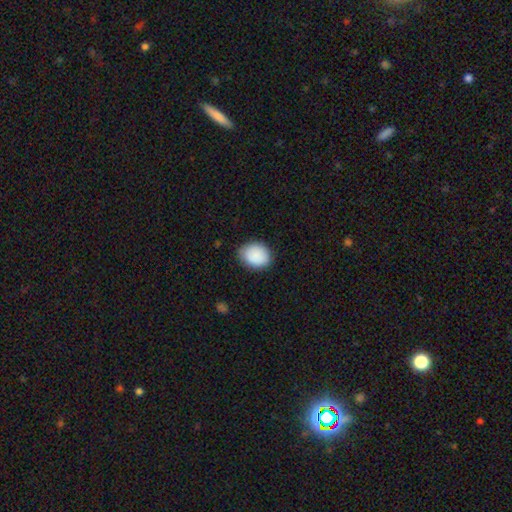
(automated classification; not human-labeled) A smooth galaxy with no disk features (89%) that is in between round and cigar-shaped (56%). Merging: none (80%).